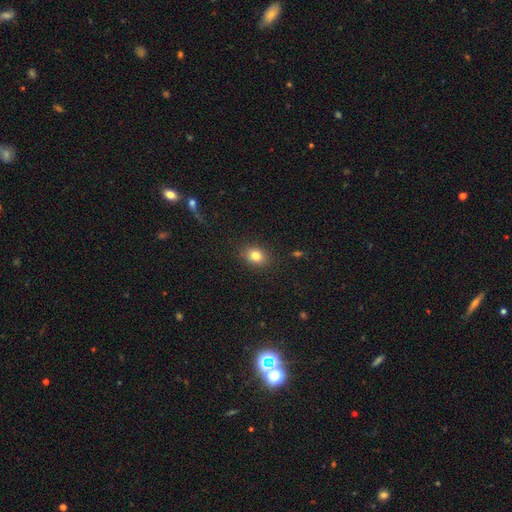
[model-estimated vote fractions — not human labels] A smooth galaxy with no disk features (80%) that is round (50%).

Vote fractions:
- Smooth or featured? smooth: 80% / star or artifact: 12% / featured or disk: 8%
- How rounded? round: 50% / in between: 49% / cigar-shaped: 1%
- Merging? none: 87% / minor disturbance: 9% / major disturbance: 3% / merger: 1%